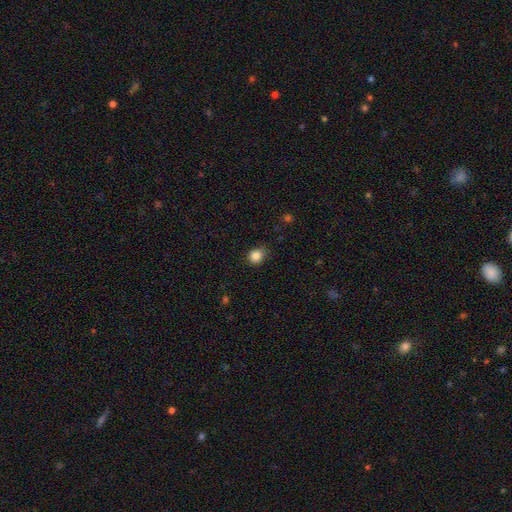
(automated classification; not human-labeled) A smooth galaxy with no disk features (85%) that is round (74%).

Vote fractions:
- Smooth or featured? smooth: 85% / star or artifact: 11% / featured or disk: 4%
- How rounded? round: 74% / in between: 25% / cigar-shaped: 1%
- Merging? none: 79% / minor disturbance: 17% / major disturbance: 3% / merger: 1%